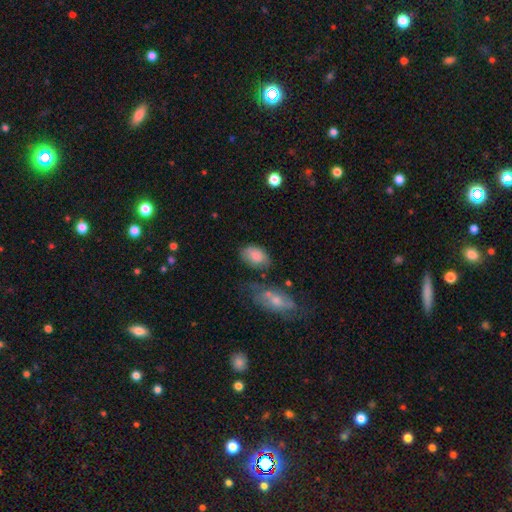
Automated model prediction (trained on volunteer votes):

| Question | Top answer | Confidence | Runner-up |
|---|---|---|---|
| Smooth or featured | smooth | 80% | featured or disk (12%) |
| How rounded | in between | 87% | round (11%) |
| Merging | none | 56% | minor disturbance (27%) |